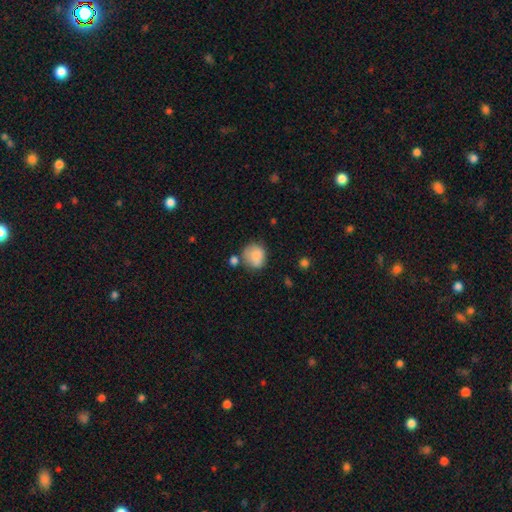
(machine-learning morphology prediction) This is likely a smooth galaxy (79%). How rounded: likely round (75%). Merging: possibly none (56%).